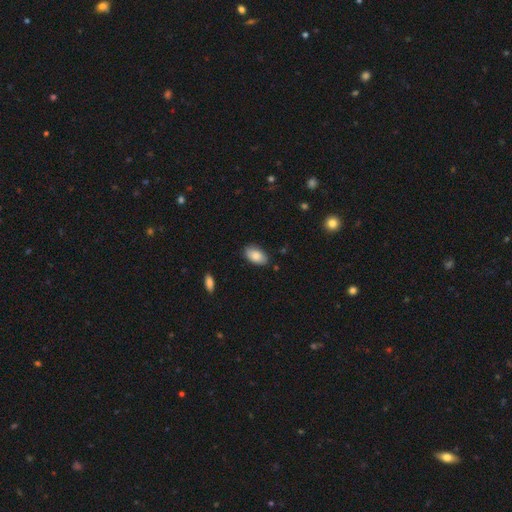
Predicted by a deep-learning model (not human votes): Smooth or featured? smooth (86%)
How rounded? in between (95%)
Merging? none (84%)